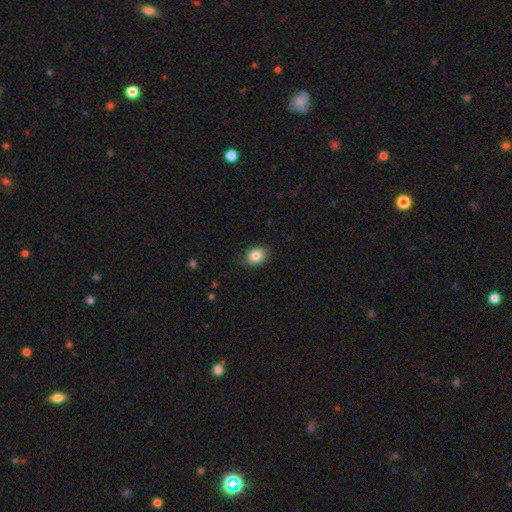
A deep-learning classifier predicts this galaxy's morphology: A smooth galaxy with no disk features (86%) that is in between round and cigar-shaped (64%).

Vote fractions:
- Smooth or featured? smooth: 86% / star or artifact: 9% / featured or disk: 6%
- How rounded? in between: 64% / round: 35% / cigar-shaped: 1%
- Merging? none: 83% / minor disturbance: 14% / major disturbance: 3% / merger: 1%